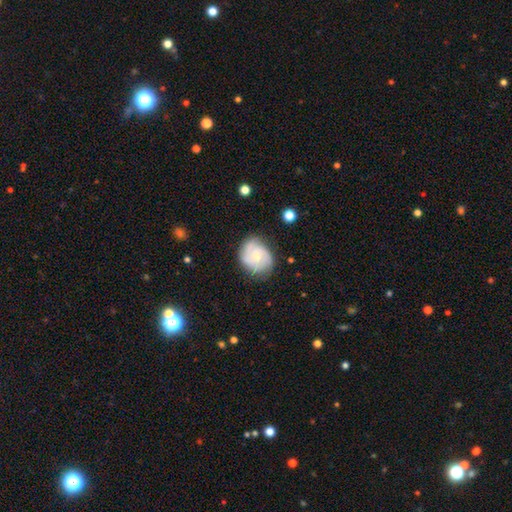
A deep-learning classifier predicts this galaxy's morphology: Smooth or featured?
  - featured or disk: 73% *
  - smooth: 21%
  - star or artifact: 6%
Edge-on disk?
  - no: 98% *
  - yes: 2%
Bar?
  - no: 66% *
  - weak: 30%
  - strong: 4%
Spiral arms?
  - yes: 94% *
  - no: 6%
Spiral winding?
  - tight: 50% *
  - medium: 40%
  - loose: 10%
Spiral arm count?
  - 2: 46% *
  - 3: 28%
  - can't tell: 16%
  - 4: 4%
  - 1: 3%
  - more than 4: 3%
Bulge size?
  - small: 59% *
  - moderate: 35%
  - none: 4%
  - large: 2%
  - dominant: 1%
Merging?
  - none: 73% *
  - minor disturbance: 19%
  - major disturbance: 6%
  - merger: 2%